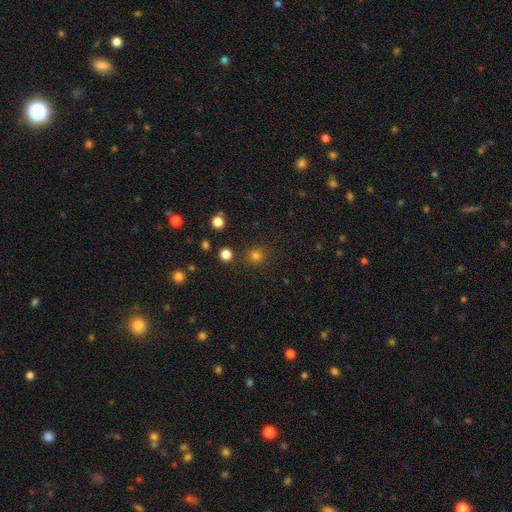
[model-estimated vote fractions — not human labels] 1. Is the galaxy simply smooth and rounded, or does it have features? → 78% smooth, 18% star or artifact, 5% featured or disk.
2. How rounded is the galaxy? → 89% round, 10% in between, 1% cigar-shaped.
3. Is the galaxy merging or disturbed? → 87% none, 7% minor disturbance, 3% merger, 3% major disturbance.